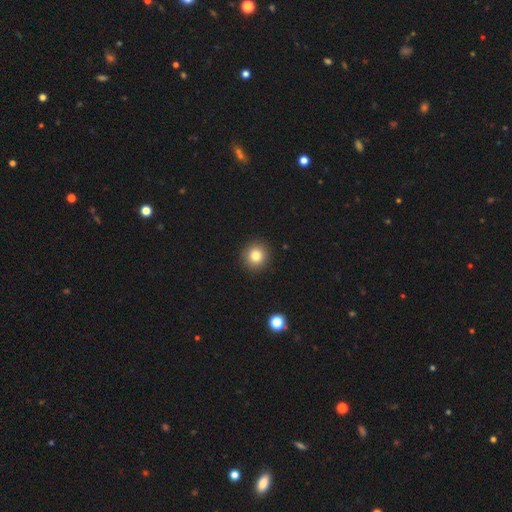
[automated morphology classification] type=smooth (81%); roundness=round (91%); merging=none (92%).